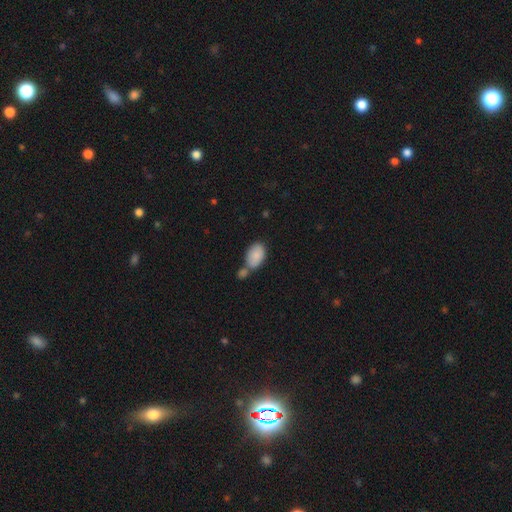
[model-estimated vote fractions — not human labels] Q: Smooth or featured?
A: smooth (85%); runner-up: featured or disk (8%)
Q: How rounded?
A: in between (92%); runner-up: round (6%)
Q: Merging?
A: none (41%); runner-up: merger (39%)